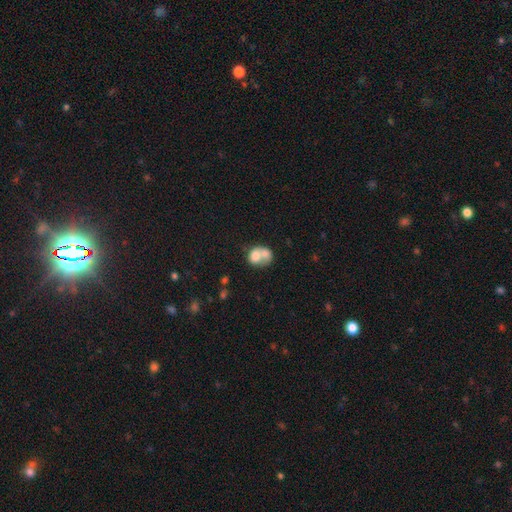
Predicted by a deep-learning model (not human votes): A smooth galaxy with no disk features (67%) that is round (52%). Merging: merger (70%).